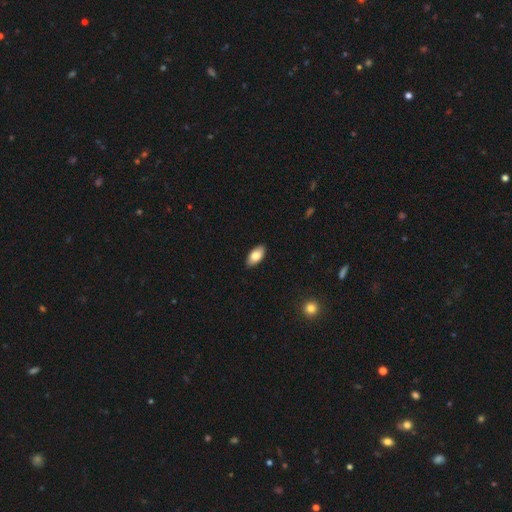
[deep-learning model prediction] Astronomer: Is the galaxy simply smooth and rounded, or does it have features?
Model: smooth — 82%.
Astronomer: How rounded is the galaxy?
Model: in between — 93%.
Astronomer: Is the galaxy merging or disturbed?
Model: none — 88%.